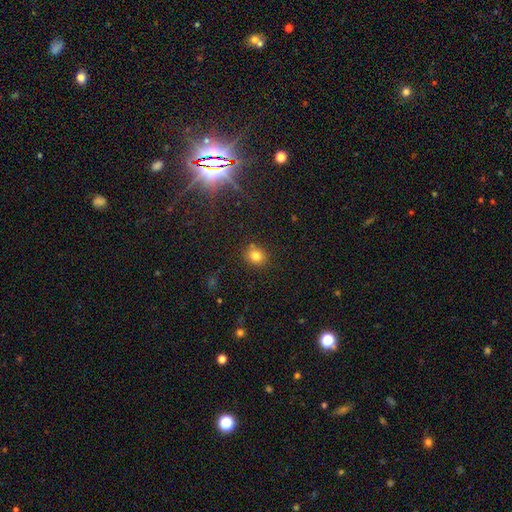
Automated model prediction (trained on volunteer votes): Smooth or featured?
  - smooth: 79% *
  - star or artifact: 13%
  - featured or disk: 7%
How rounded?
  - round: 74% *
  - in between: 25%
  - cigar-shaped: 1%
Merging?
  - none: 82% *
  - minor disturbance: 11%
  - merger: 5%
  - major disturbance: 3%